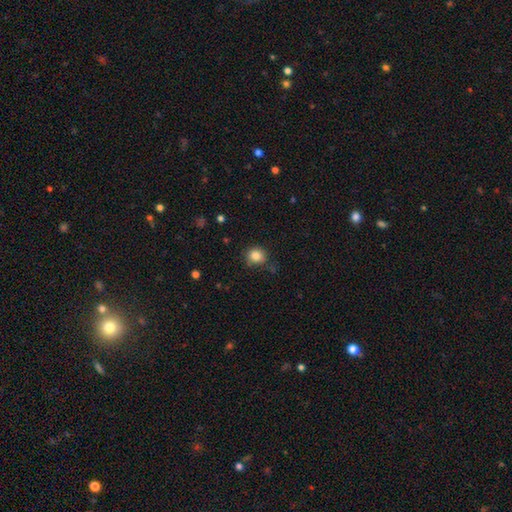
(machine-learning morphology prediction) Smooth or featured?
  - smooth: 84% *
  - star or artifact: 10%
  - featured or disk: 5%
How rounded?
  - round: 81% *
  - in between: 18%
  - cigar-shaped: 1%
Merging?
  - none: 75% *
  - minor disturbance: 18%
  - major disturbance: 4%
  - merger: 3%